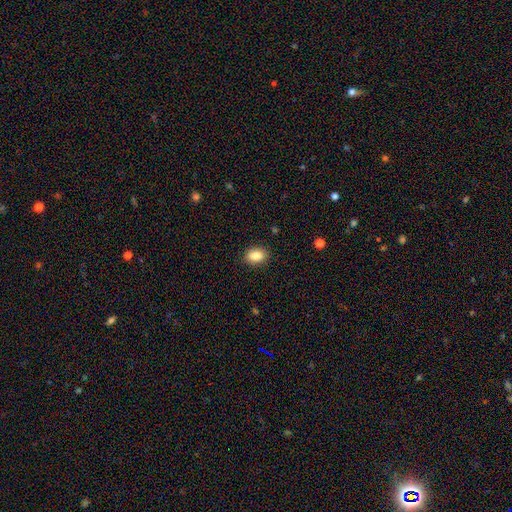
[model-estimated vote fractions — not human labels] smooth 87%, star or artifact 8%, featured or disk 5%. Down the decision tree: how rounded — in between (79%); merging — none (89%).